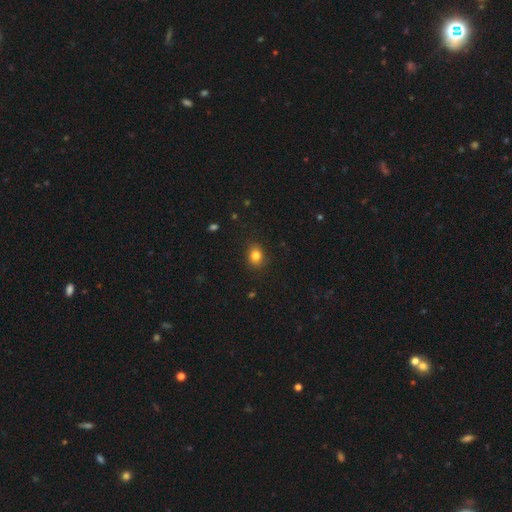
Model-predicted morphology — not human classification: Smooth or featured? Predicted: smooth (p=0.82). How rounded? Predicted: round (p=0.52). Merging? Predicted: none (p=0.87).